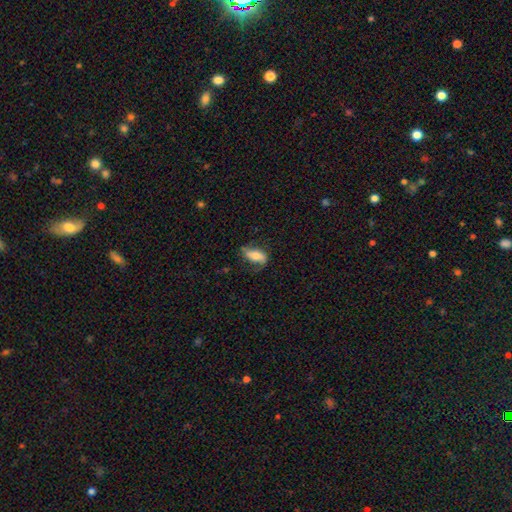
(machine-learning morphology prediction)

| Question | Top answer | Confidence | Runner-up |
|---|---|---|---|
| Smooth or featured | smooth | 55% | featured or disk (38%) |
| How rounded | in between | 83% | cigar-shaped (13%) |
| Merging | none | 58% | minor disturbance (27%) |